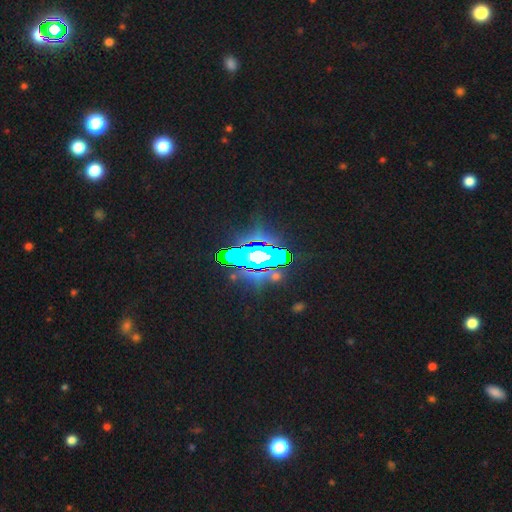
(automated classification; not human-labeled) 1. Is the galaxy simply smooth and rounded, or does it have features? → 63% star or artifact, 23% featured or disk, 14% smooth.